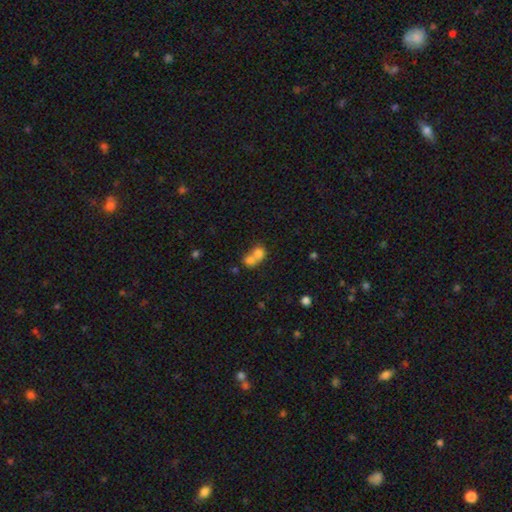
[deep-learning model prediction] A smooth galaxy with no disk features (73%) that is round (64%).

Vote fractions:
- Smooth or featured? smooth: 73% / featured or disk: 16% / star or artifact: 10%
- How rounded? round: 64% / in between: 34% / cigar-shaped: 1%
- Merging? merger: 72% / none: 21% / minor disturbance: 5% / major disturbance: 3%